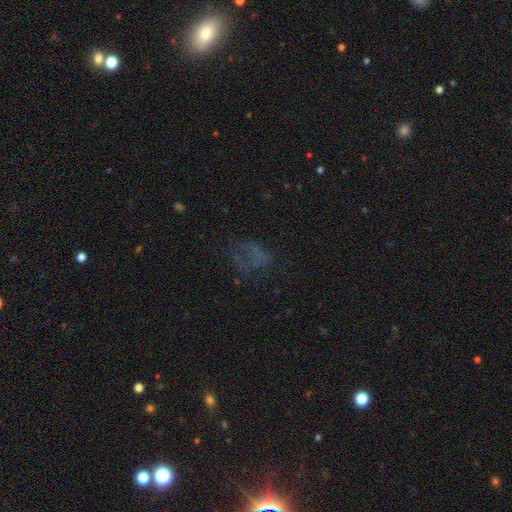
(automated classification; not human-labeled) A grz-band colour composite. It shows a smooth galaxy with no disk features (35%). Merging: none (46%).